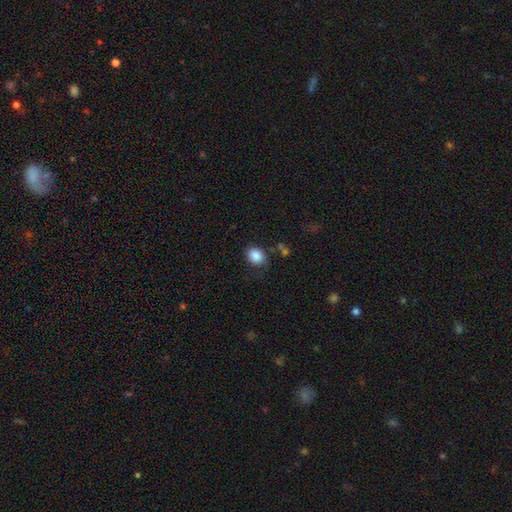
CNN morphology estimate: Overall: smooth (87%). How rounded: in between (51%; round 48%). Merging: none (77%).